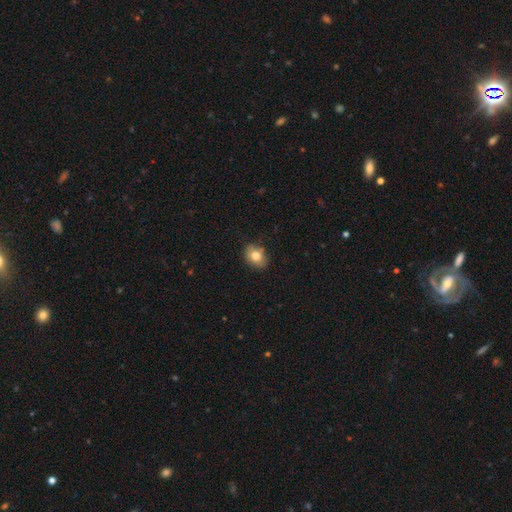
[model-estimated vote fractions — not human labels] This appears to be a smooth galaxy with no disk features (78%) that is in between round and cigar-shaped (63%). Merging: none (80%).